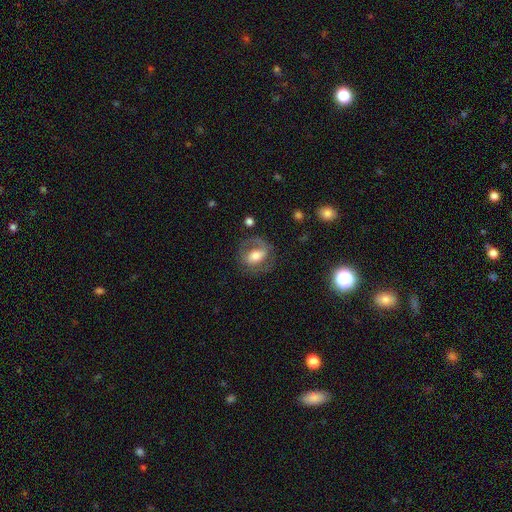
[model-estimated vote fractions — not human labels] Smooth or featured: featured or disk — 60% (smooth — 33%)
Edge-on disk: no — 95% (yes — 5%)
Bar: weak — 36% (strong — 33%)
Spiral arms: yes — 71% (no — 29%)
Bulge size: moderate — 60% (large — 19%)
Merging: none — 64% (minor disturbance — 19%)